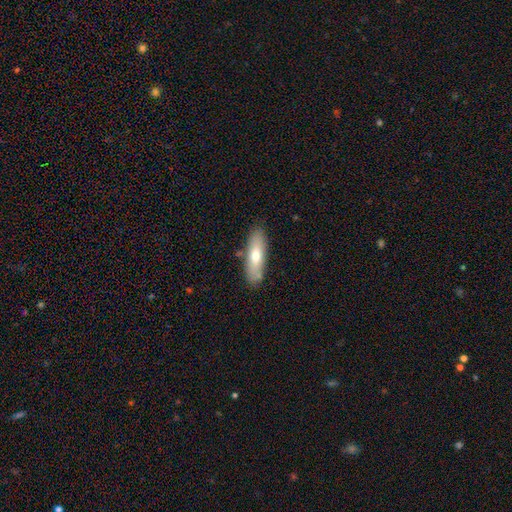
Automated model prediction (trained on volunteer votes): A smooth galaxy with no disk features (65%) that is cigar-shaped (52%). Merging: none (82%).